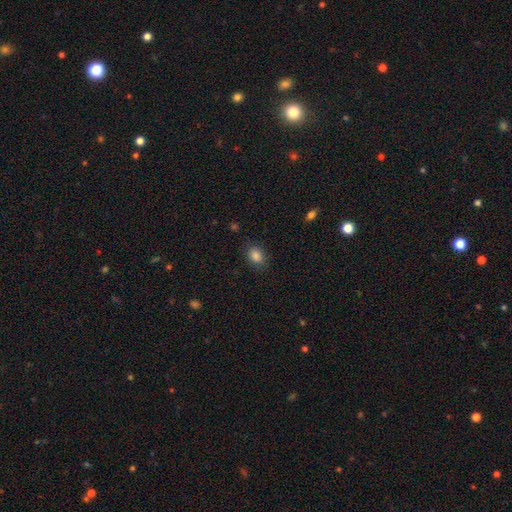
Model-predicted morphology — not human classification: smooth_or_featured: smooth (p=0.86) [alt: star or artifact p=0.10]
how_rounded: in between (p=0.70) [alt: round p=0.29]
merging: none (p=0.84) [alt: minor disturbance p=0.12]